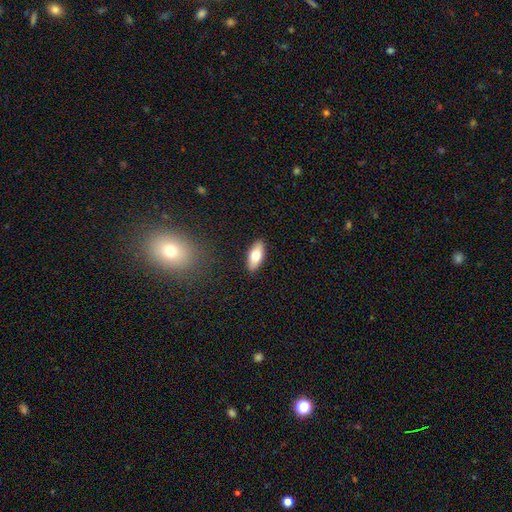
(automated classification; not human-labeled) A smooth galaxy with no disk features (72%) that is in between round and cigar-shaped (84%).

Vote fractions:
- Smooth or featured? smooth: 72% / featured or disk: 22% / star or artifact: 6%
- How rounded? in between: 84% / cigar-shaped: 14% / round: 3%
- Merging? none: 90% / minor disturbance: 8% / major disturbance: 2% / merger: 1%